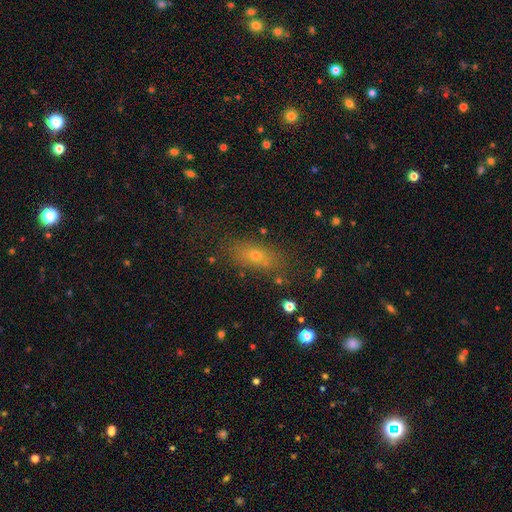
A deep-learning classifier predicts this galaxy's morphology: A smooth galaxy with no disk features (62%) that is in between round and cigar-shaped (65%).

Vote fractions:
- Smooth or featured? smooth: 62% / star or artifact: 21% / featured or disk: 17%
- How rounded? in between: 65% / cigar-shaped: 22% / round: 13%
- Merging? none: 80% / minor disturbance: 13% / major disturbance: 5% / merger: 3%